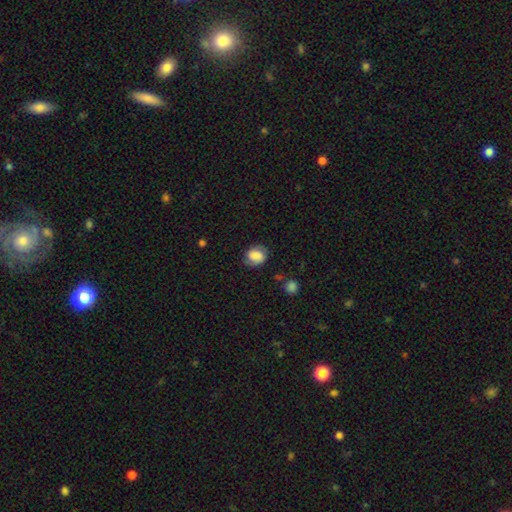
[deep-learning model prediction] Overall: smooth (65%). How rounded: round (51%; in between 48%). Merging: none (71%).